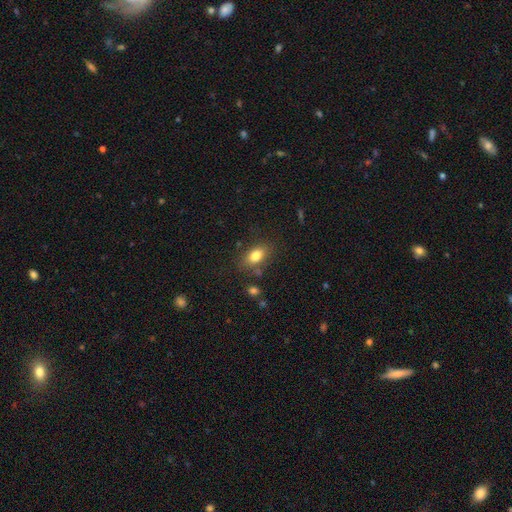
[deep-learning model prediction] Smooth or featured? smooth (81%)
How rounded? in between (85%)
Merging? none (78%)